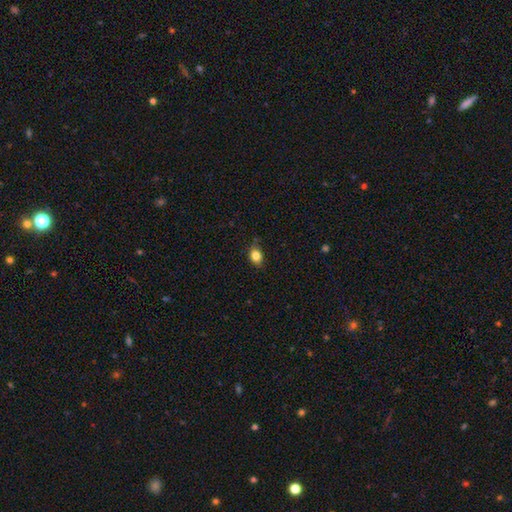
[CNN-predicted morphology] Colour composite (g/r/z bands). It shows a smooth galaxy with no disk features (84%) that is in between round and cigar-shaped (55%). Merging: none (78%).